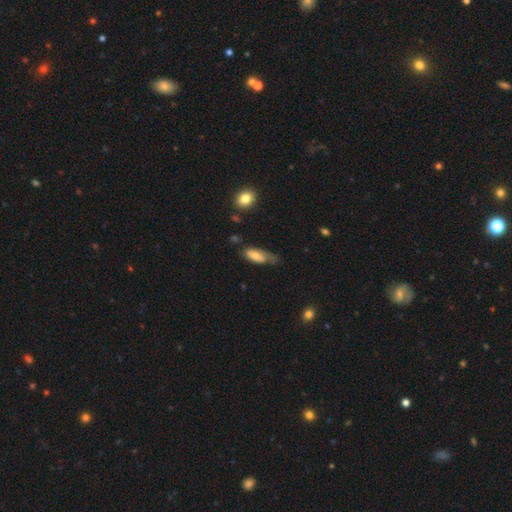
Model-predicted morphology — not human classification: type=smooth (71%); roundness=in between (74%); merging=minor disturbance (39%).